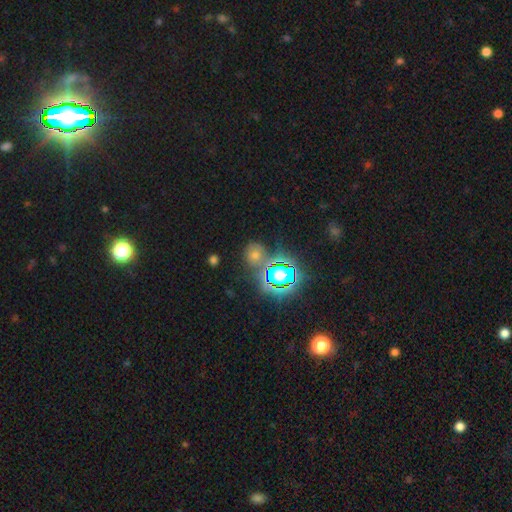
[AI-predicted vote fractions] Smooth or featured? Predicted: star or artifact (p=0.52).